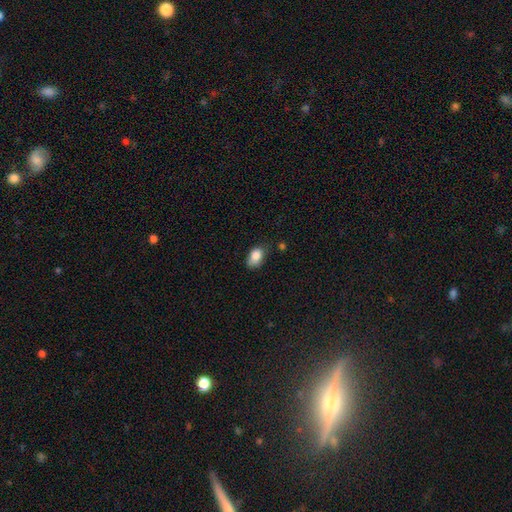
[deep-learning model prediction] Smooth or featured? smooth (83%)
How rounded? in between (83%)
Merging? none (56%)